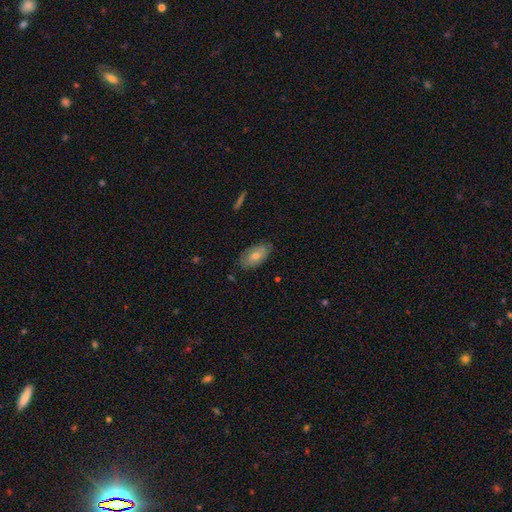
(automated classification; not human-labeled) Q: Smooth or featured?
A: smooth (54%); runner-up: featured or disk (38%)
Q: How rounded?
A: in between (92%); runner-up: round (5%)
Q: Merging?
A: none (79%); runner-up: minor disturbance (17%)